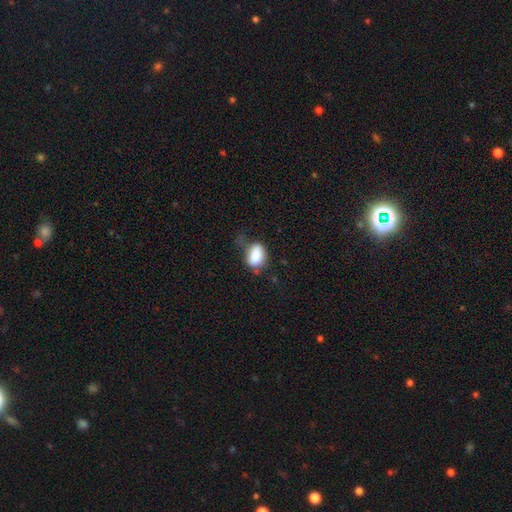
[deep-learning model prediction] smooth_or_featured: smooth (p=0.83) [alt: featured or disk p=0.10]
how_rounded: in between (p=0.83) [alt: round p=0.15]
merging: none (p=0.42) [alt: minor disturbance p=0.35]